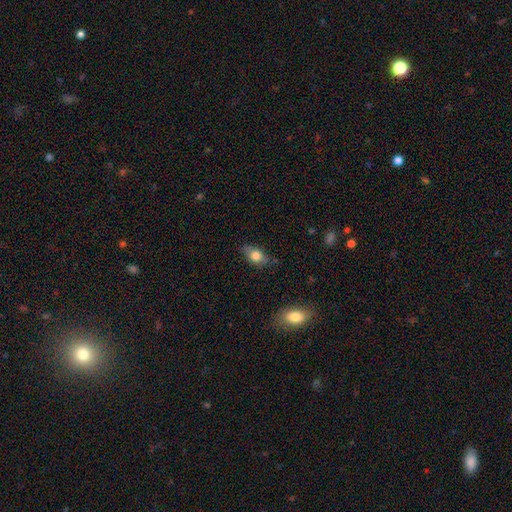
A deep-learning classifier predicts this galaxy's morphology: The model was most divided on "merging": none: 74%, minor disturbance: 20%, major disturbance: 4%, merger: 2%. More confident: how rounded — in between (79%); smooth or featured — smooth (75%).